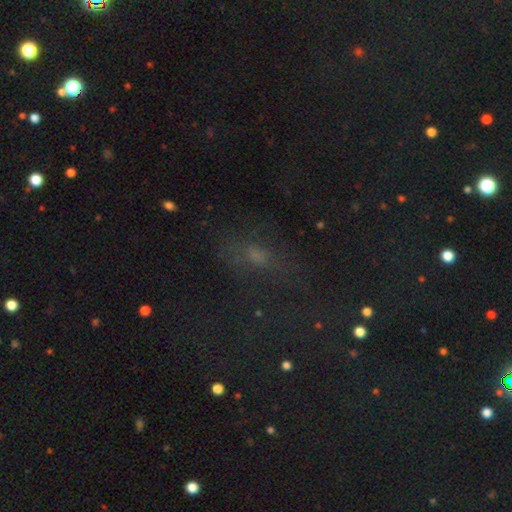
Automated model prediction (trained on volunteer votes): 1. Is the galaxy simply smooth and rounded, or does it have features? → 42% smooth, 37% star or artifact, 21% featured or disk.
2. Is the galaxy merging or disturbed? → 60% none, 19% minor disturbance, 17% major disturbance, 4% merger.